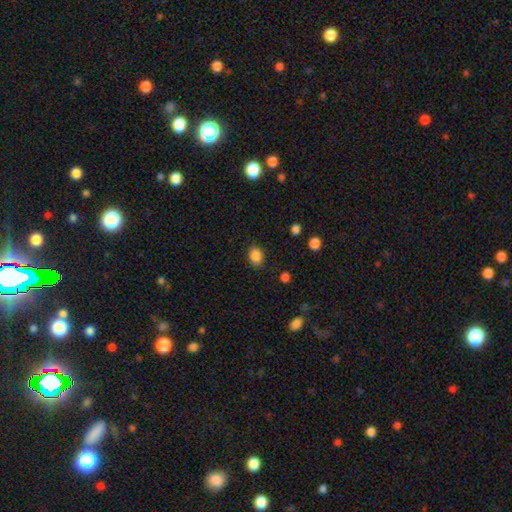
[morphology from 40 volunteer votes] smooth 90%, star or artifact 10%, featured or disk 0%. Down the decision tree: how rounded — round (64%); merging — none (86%).